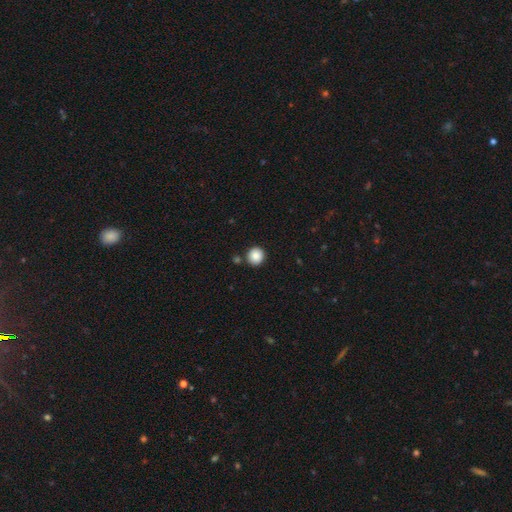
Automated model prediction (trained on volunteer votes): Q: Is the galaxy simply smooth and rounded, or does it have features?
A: smooth — 88%.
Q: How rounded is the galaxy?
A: round — 93%.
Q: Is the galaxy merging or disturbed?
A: none — 86%.